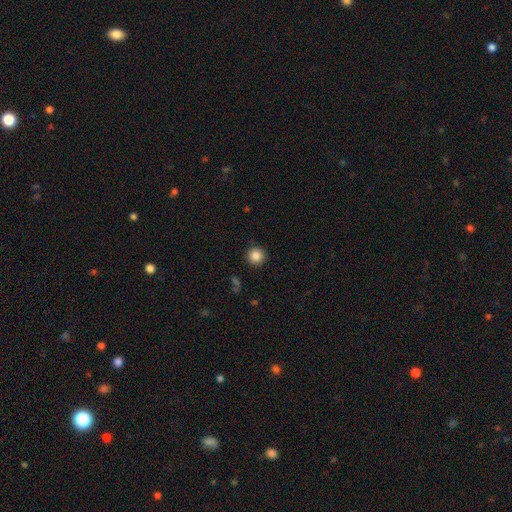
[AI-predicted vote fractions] This appears to be a smooth galaxy with no disk features (86%) that is round (96%). Merging: none (92%).